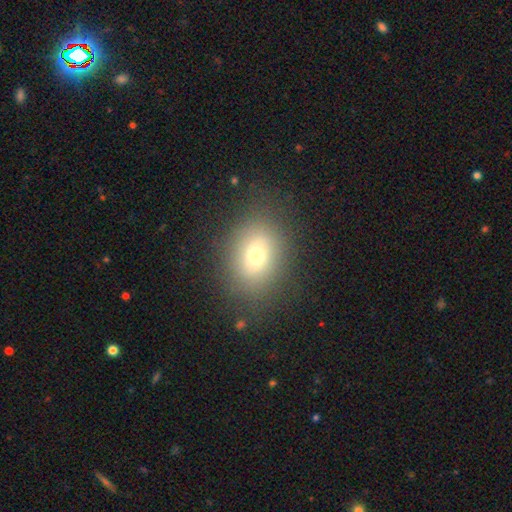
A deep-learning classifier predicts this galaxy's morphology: This appears to be a smooth galaxy with no disk features (68%) that is in between round and cigar-shaped (64%). Merging: none (82%).